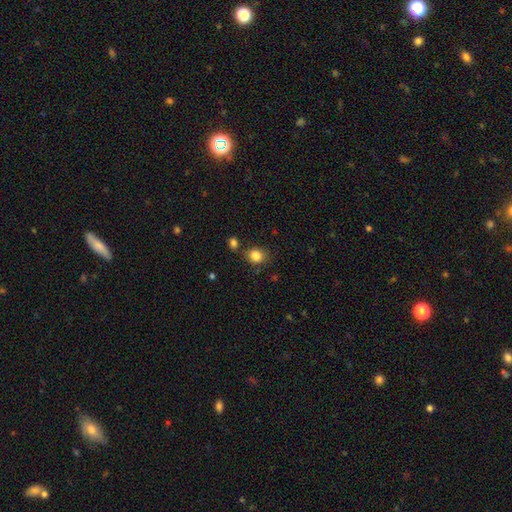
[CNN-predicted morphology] The model was most divided on "how rounded": round: 72%, in between: 28%, cigar-shaped: 1%. More confident: smooth or featured — smooth (84%); merging — none (75%).